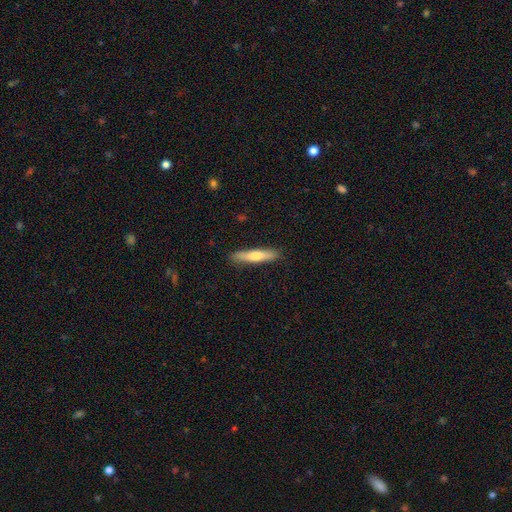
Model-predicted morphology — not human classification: A smooth galaxy with no disk features (60%) that is cigar-shaped (89%). Merging: none (88%).